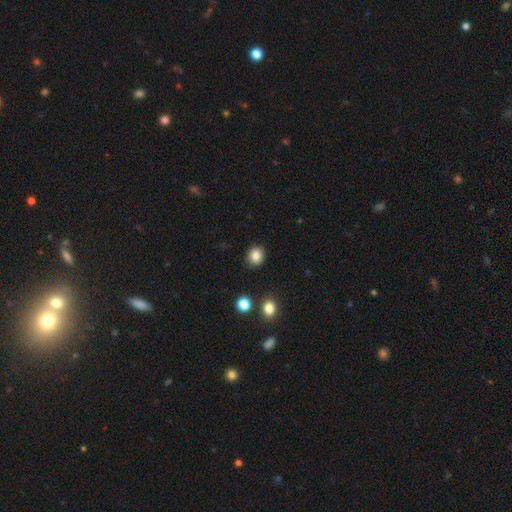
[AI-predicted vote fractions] Smooth or featured? Predicted: smooth (p=0.85). How rounded? Predicted: round (p=0.77). Merging? Predicted: none (p=0.88).